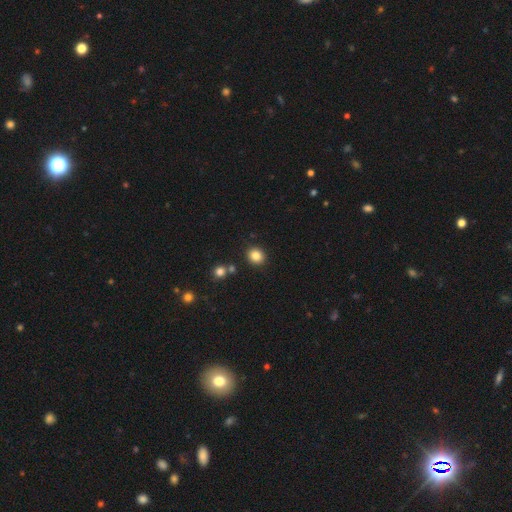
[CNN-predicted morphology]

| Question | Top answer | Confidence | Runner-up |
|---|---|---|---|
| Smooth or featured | smooth | 84% | star or artifact (11%) |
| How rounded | round | 75% | in between (25%) |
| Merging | none | 87% | minor disturbance (7%) |